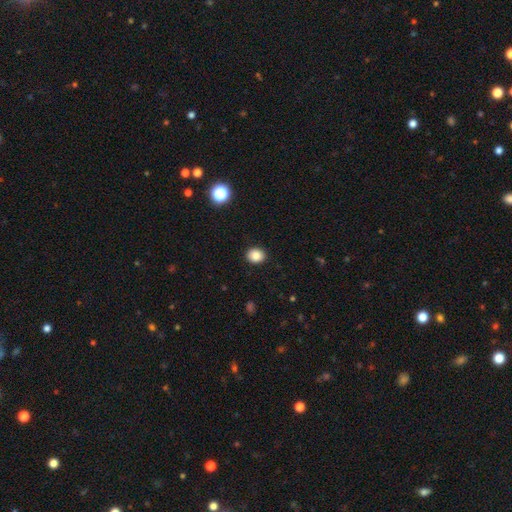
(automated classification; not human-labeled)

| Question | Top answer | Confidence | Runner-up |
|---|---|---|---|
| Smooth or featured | smooth | 85% | star or artifact (10%) |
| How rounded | round | 63% | in between (36%) |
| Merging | none | 91% | minor disturbance (6%) |